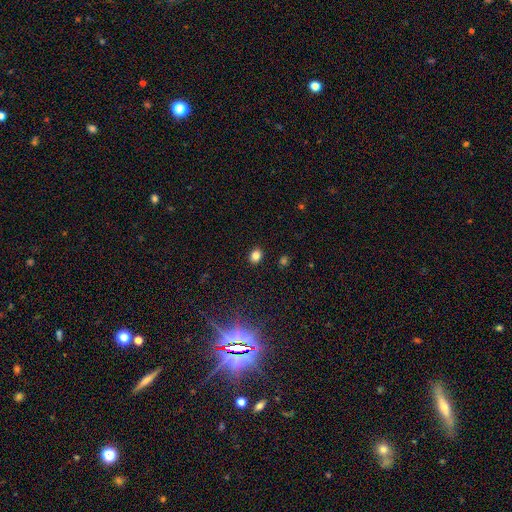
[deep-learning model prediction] Q: Smooth or featured?
A: smooth (82%); runner-up: star or artifact (13%)
Q: How rounded?
A: round (54%); runner-up: in between (45%)
Q: Merging?
A: none (90%); runner-up: minor disturbance (7%)